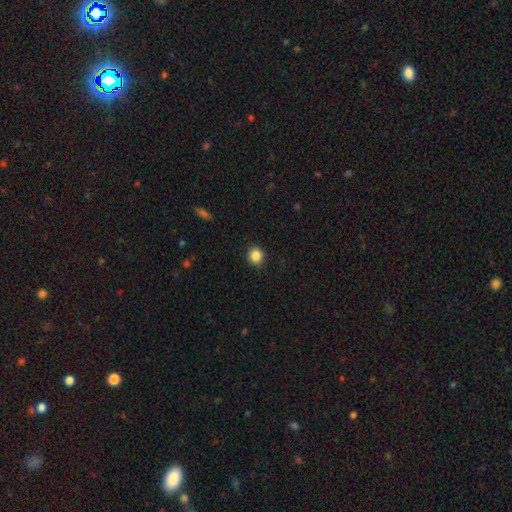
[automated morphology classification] Smooth or featured? smooth (86%)
How rounded? round (83%)
Merging? none (90%)